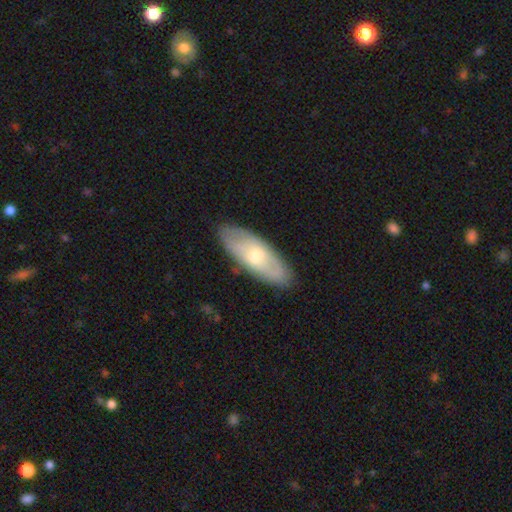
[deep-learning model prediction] Smooth or featured: smooth — 49% (featured or disk — 45%)
Merging: none — 85% (minor disturbance — 11%)